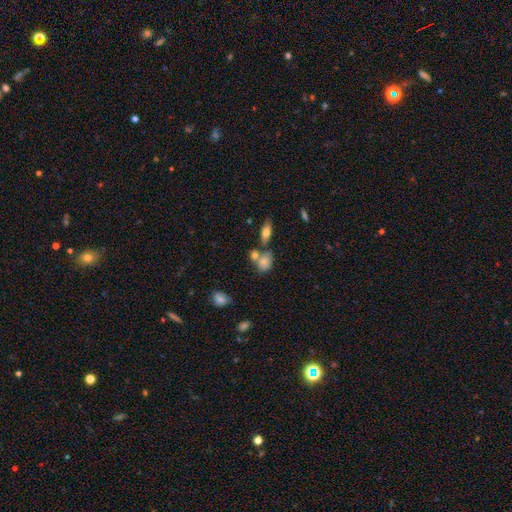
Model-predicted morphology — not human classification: Smooth or featured?
  - smooth: 74% *
  - featured or disk: 15%
  - star or artifact: 11%
How rounded?
  - in between: 57% *
  - round: 38%
  - cigar-shaped: 5%
Merging?
  - none: 46% *
  - merger: 36%
  - minor disturbance: 13%
  - major disturbance: 5%